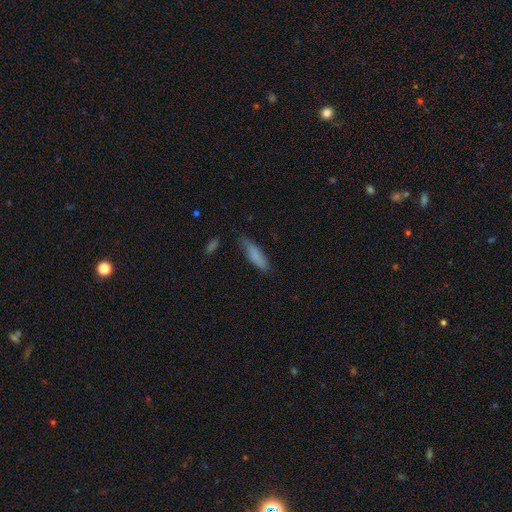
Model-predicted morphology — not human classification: A smooth galaxy with no disk features (82%) that is cigar-shaped (67%). Merging: none (68%).